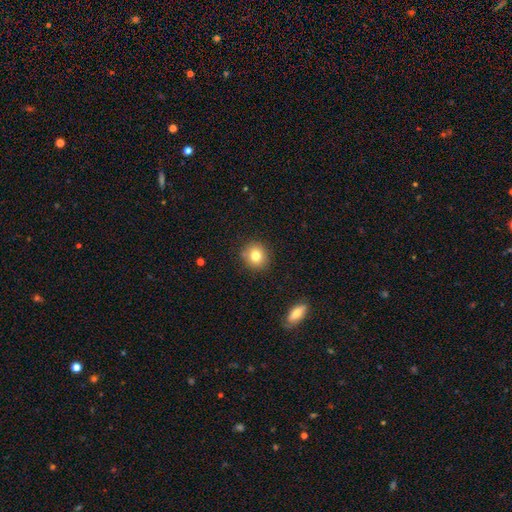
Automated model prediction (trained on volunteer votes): A smooth galaxy with no disk features (79%) that is round (83%).

Vote fractions:
- Smooth or featured? smooth: 79% / star or artifact: 11% / featured or disk: 10%
- How rounded? round: 83% / in between: 16% / cigar-shaped: 1%
- Merging? none: 85% / minor disturbance: 10% / merger: 3% / major disturbance: 2%